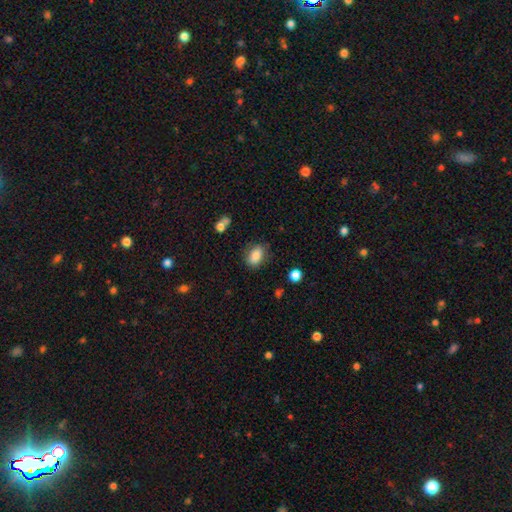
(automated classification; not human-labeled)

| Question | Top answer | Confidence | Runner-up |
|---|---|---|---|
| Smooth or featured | smooth | 86% | star or artifact (8%) |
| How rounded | in between | 85% | round (13%) |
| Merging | none | 76% | minor disturbance (17%) |